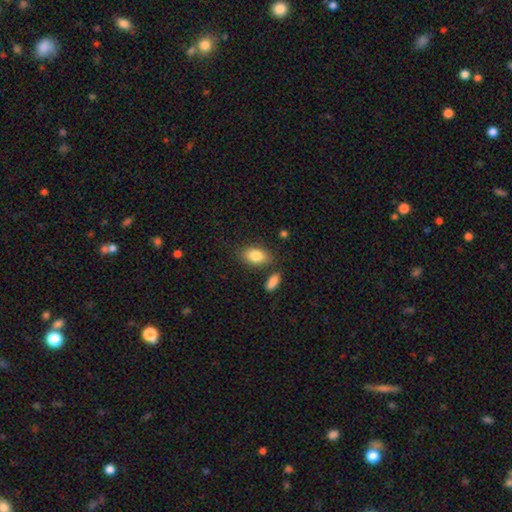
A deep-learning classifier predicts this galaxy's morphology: This appears to be a smooth galaxy with no disk features (84%) that is in between round and cigar-shaped (89%). Merging: none (76%).